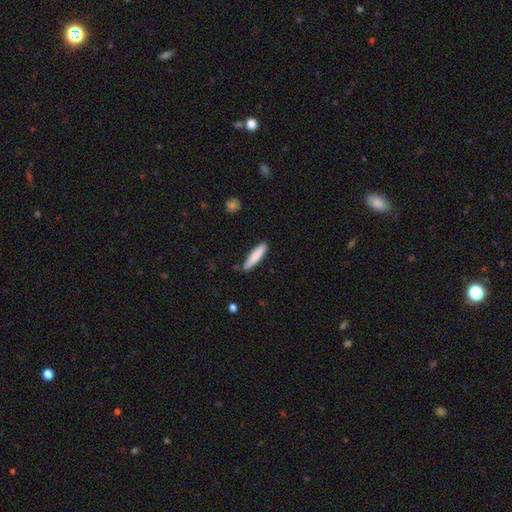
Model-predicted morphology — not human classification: This is clearly a smooth galaxy (82%). How rounded: clearly cigar-shaped (87%). Merging: clearly none (82%).